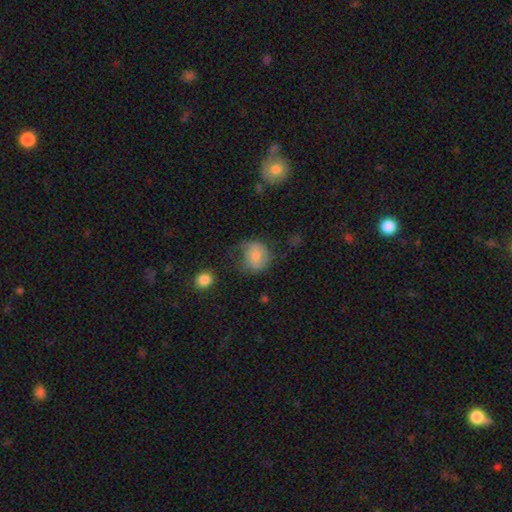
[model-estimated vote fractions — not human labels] Smooth or featured?
  - smooth: 70% *
  - featured or disk: 22%
  - star or artifact: 9%
How rounded?
  - round: 70% *
  - in between: 29%
  - cigar-shaped: 1%
Merging?
  - none: 44% *
  - minor disturbance: 31%
  - major disturbance: 22%
  - merger: 3%